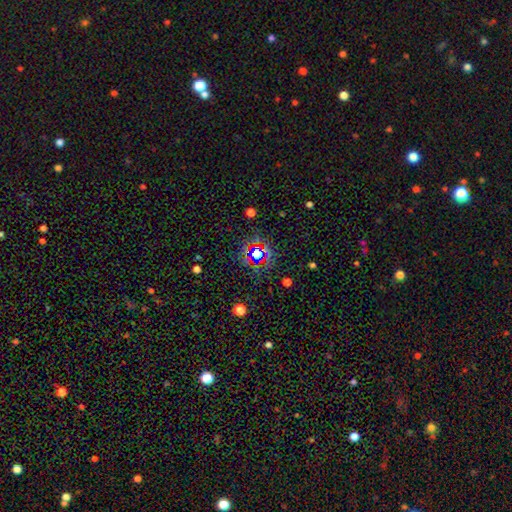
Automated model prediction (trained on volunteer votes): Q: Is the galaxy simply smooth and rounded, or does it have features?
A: star or artifact — 63%.